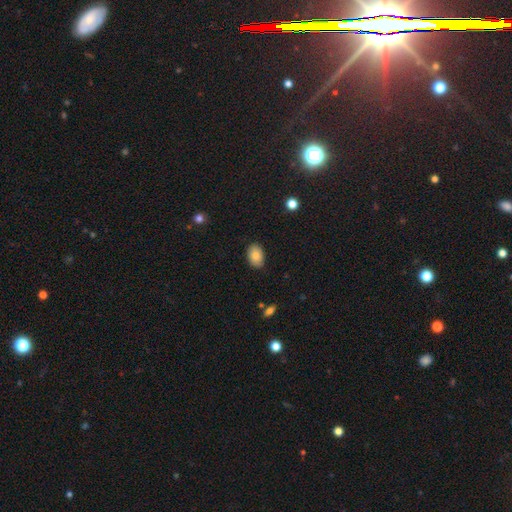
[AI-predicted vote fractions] Smooth or featured?
  - smooth: 85% *
  - star or artifact: 8%
  - featured or disk: 8%
How rounded?
  - in between: 87% *
  - round: 12%
  - cigar-shaped: 1%
Merging?
  - none: 85% *
  - minor disturbance: 11%
  - major disturbance: 2%
  - merger: 1%